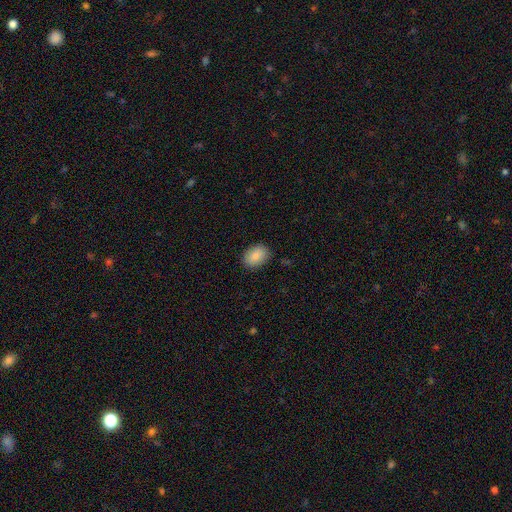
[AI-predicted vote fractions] smooth_or_featured: smooth (p=0.88) [alt: star or artifact p=0.07]
how_rounded: in between (p=0.79) [alt: round p=0.20]
merging: none (p=0.87) [alt: minor disturbance p=0.10]